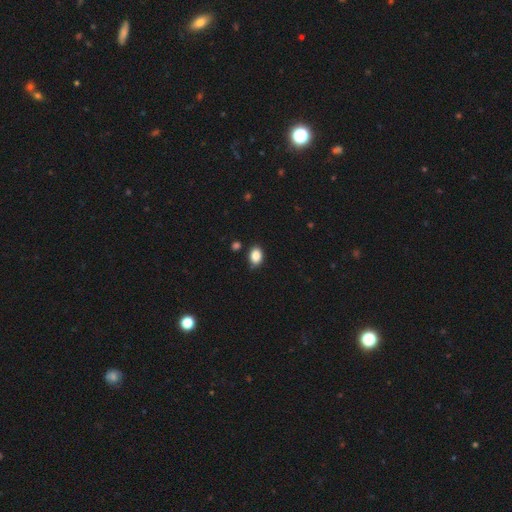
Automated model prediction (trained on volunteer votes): Morphology: type=smooth (87%); roundness=in between (77%); merging=none (81%).